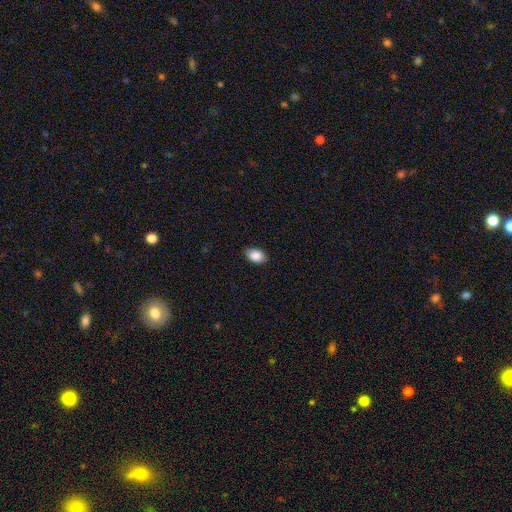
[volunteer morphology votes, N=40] This appears to be a smooth galaxy with no disk features (92%) that is in between round and cigar-shaped (95%). Merging: none (90%).